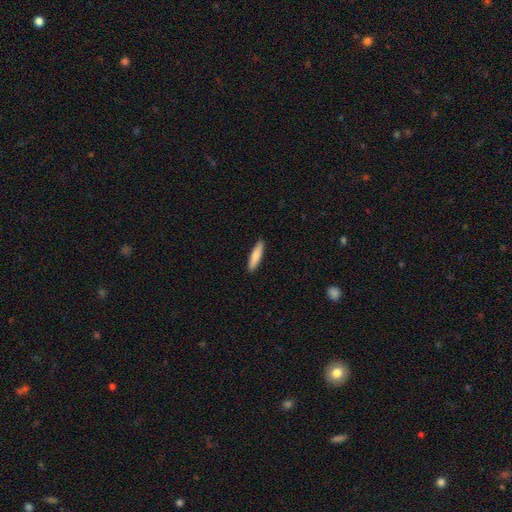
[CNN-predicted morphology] This appears to be a smooth galaxy with no disk features (81%) that is cigar-shaped (80%). Merging: none (91%).